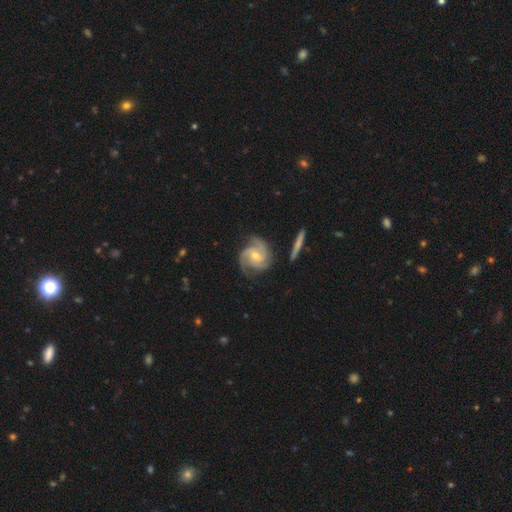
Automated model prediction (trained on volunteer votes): Overall: featured or disk (89%). Edge-on disk: no (97%). Bar: no (45%; weak 44%). Spiral arms: yes (98%). Spiral arm count: 3 (58%; 2 19%). Spiral winding: medium (48%; tight 41%). Bulge size: moderate (51%; small 45%). Merging: none (71%).